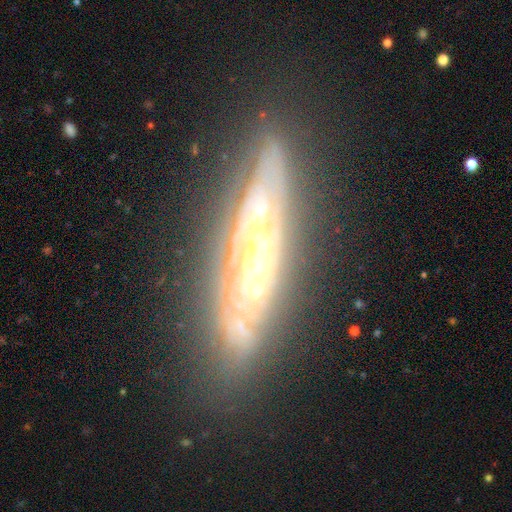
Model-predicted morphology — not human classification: Smooth or featured?
  - featured or disk: 80% *
  - smooth: 11%
  - star or artifact: 8%
Edge-on disk?
  - yes: 60% *
  - no: 40%
Merging?
  - none: 77% *
  - minor disturbance: 15%
  - major disturbance: 6%
  - merger: 2%